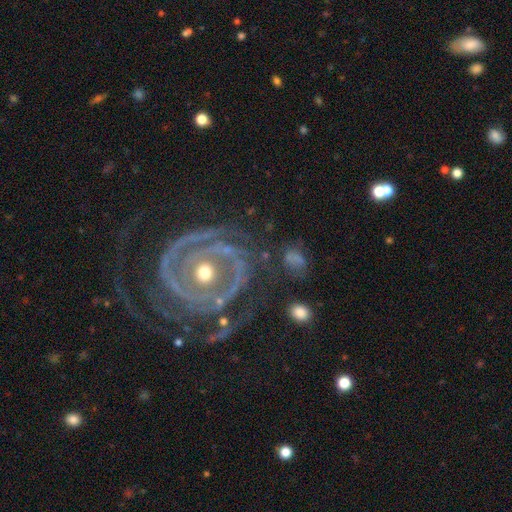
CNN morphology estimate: Overall: featured or disk (89%). Edge-on disk: no (97%). Bar: no (60%; weak 22%). Spiral arms: yes (92%). Spiral arm count: 2 (49%; 3 17%). Spiral winding: tight (73%). Bulge size: moderate (62%; small 32%). Merging: none (63%).